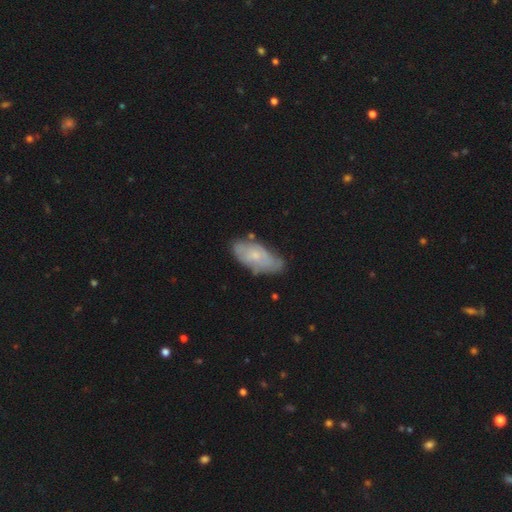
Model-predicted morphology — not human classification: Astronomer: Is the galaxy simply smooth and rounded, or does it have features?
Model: smooth — 48% (runner-up: featured or disk, 45%).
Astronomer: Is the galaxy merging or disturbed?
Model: none — 61%.